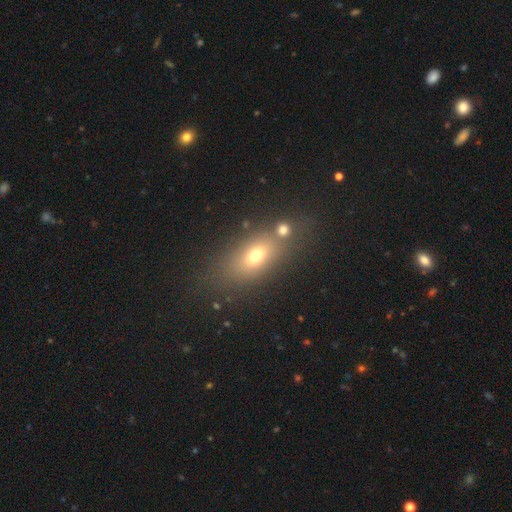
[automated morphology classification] A smooth galaxy with no disk features (68%) that is in between round and cigar-shaped (75%). Merging: none (62%).